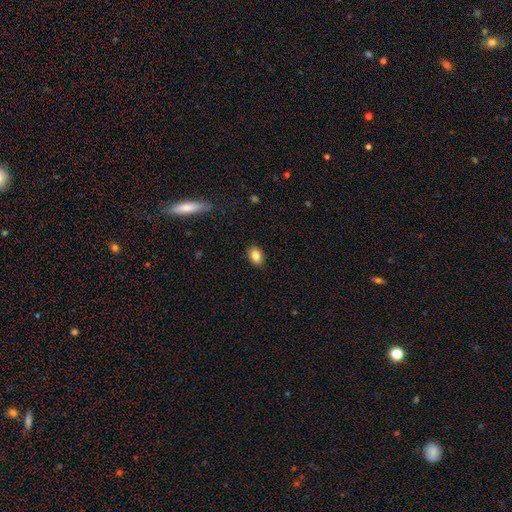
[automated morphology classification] Smooth or featured?
  - smooth: 85% *
  - star or artifact: 9%
  - featured or disk: 7%
How rounded?
  - in between: 73% *
  - round: 26%
  - cigar-shaped: 1%
Merging?
  - none: 88% *
  - minor disturbance: 9%
  - major disturbance: 2%
  - merger: 1%